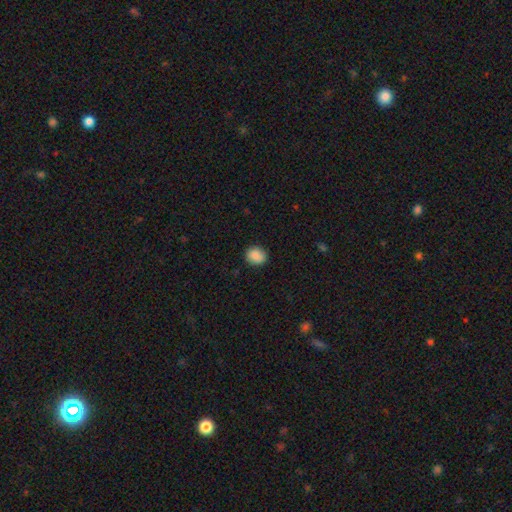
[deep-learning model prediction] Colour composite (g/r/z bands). It shows a smooth galaxy with no disk features (88%) that is round (69%). Merging: none (88%).